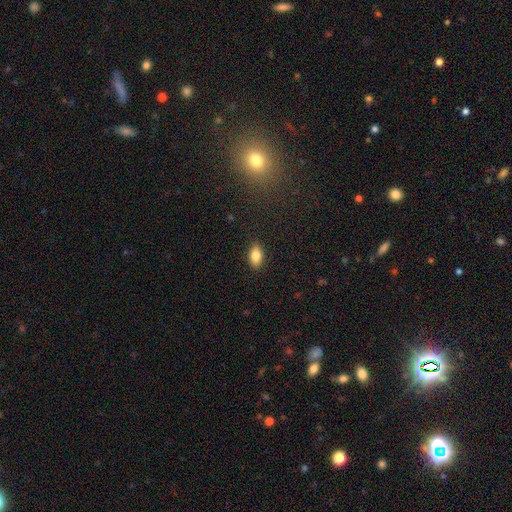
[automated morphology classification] This appears to be a smooth galaxy with no disk features (83%) that is in between round and cigar-shaped (89%). Merging: none (88%).